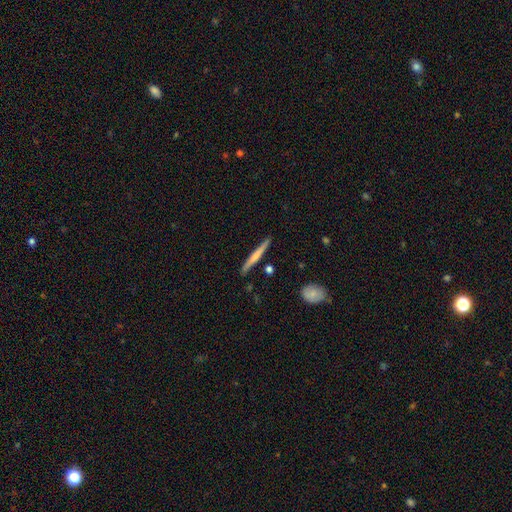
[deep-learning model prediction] Overall: smooth (51%; featured or disk 44%). How rounded: cigar-shaped (96%). Merging: none (88%).